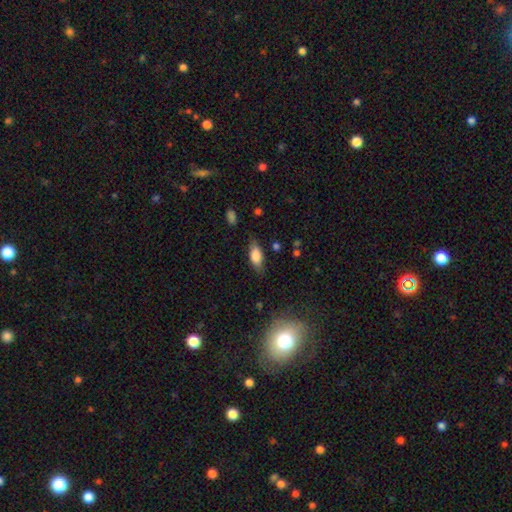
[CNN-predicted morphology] Smooth or featured? Predicted: smooth (p=0.77). How rounded? Predicted: in between (p=0.79). Merging? Predicted: none (p=0.77).